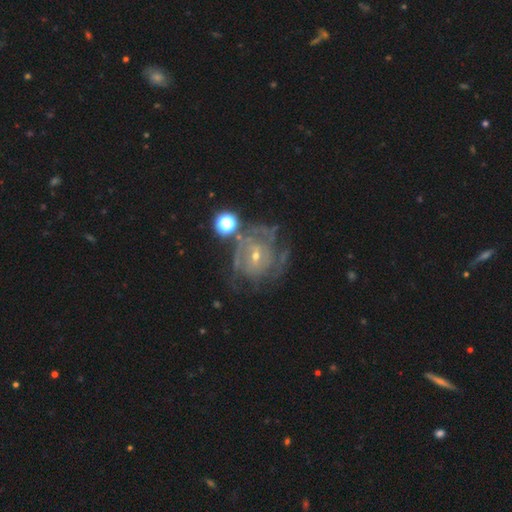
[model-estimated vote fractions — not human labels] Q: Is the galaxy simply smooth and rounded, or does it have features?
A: featured or disk — 81%.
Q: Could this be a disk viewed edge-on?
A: no — 97%.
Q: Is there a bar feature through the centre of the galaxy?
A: no — 53%.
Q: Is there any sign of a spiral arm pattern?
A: yes — 86%.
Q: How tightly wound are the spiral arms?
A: tight — 62%.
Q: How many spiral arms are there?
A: can't tell — 48%.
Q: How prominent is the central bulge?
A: small — 71%.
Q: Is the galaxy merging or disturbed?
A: none — 56%.